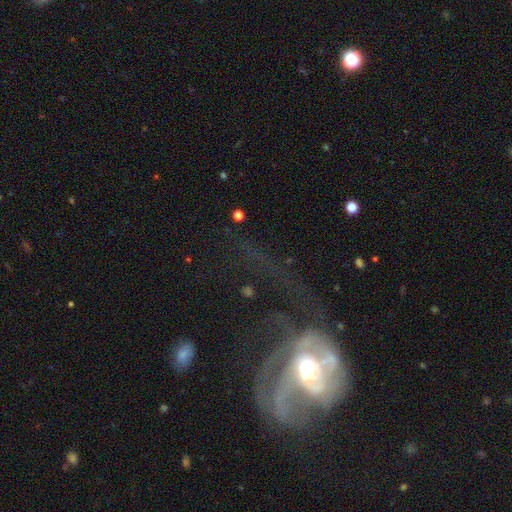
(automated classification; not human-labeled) Q: Smooth or featured?
A: featured or disk (71%); runner-up: smooth (15%)
Q: Edge-on disk?
A: no (93%); runner-up: yes (7%)
Q: Bar?
A: no (51%); runner-up: weak (28%)
Q: Spiral arms?
A: yes (68%); runner-up: no (32%)
Q: Bulge size?
A: moderate (67%); runner-up: small (17%)
Q: Merging?
A: major disturbance (51%); runner-up: none (23%)